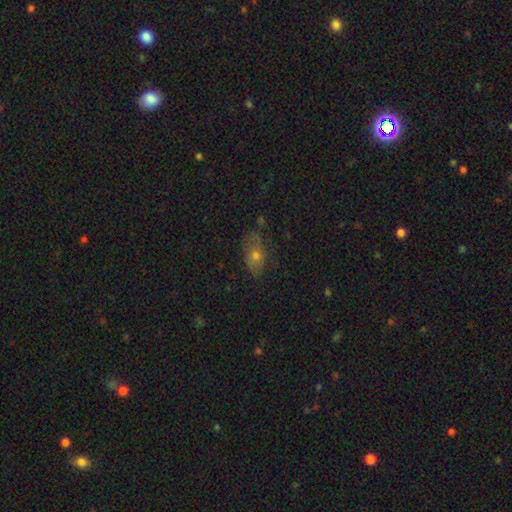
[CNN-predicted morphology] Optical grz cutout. It shows a smooth galaxy with no disk features (61%) that is in between round and cigar-shaped (82%). Merging: none (64%).